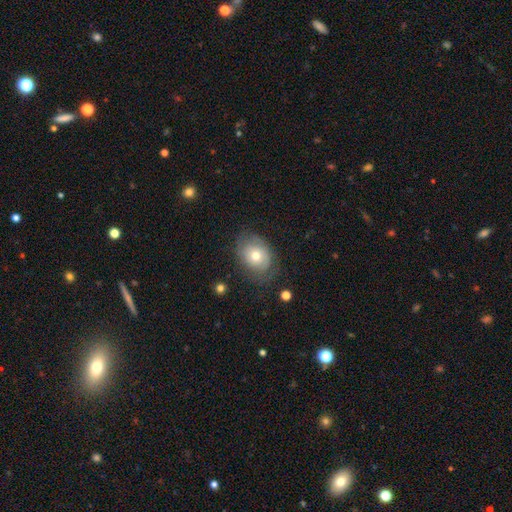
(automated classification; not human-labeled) Morphology: type=smooth (60%); roundness=in between (61%); merging=none (68%).